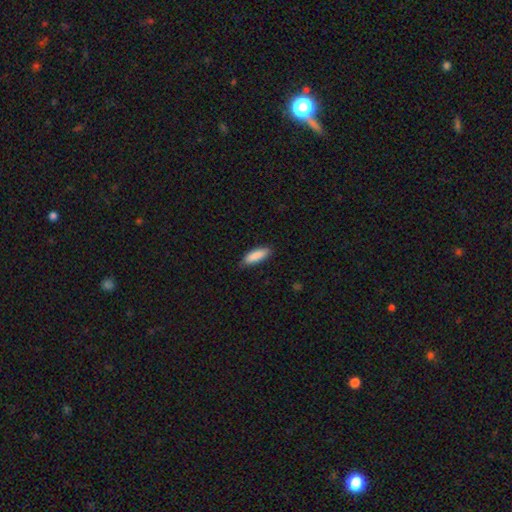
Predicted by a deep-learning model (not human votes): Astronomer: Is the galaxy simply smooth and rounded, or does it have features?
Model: smooth — 89%.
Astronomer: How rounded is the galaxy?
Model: in between — 56% (runner-up: cigar-shaped, 43%).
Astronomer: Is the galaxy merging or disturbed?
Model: none — 82%.